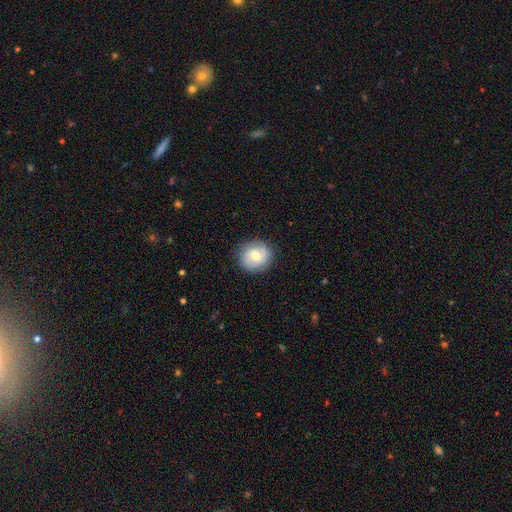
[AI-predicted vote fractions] A smooth galaxy with no disk features (58%) that is round (87%).

Vote fractions:
- Smooth or featured? smooth: 58% / featured or disk: 34% / star or artifact: 8%
- How rounded? round: 87% / in between: 12% / cigar-shaped: 1%
- Merging? none: 85% / minor disturbance: 11% / major disturbance: 3% / merger: 1%